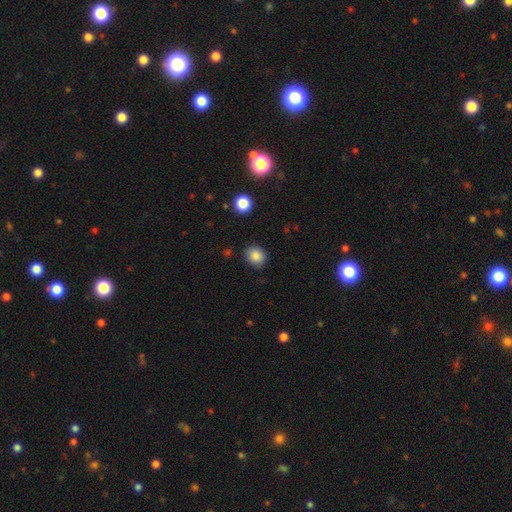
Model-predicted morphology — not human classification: Smooth or featured: smooth — 86% (star or artifact — 10%)
How rounded: round — 66% (in between — 33%)
Merging: none — 84% (minor disturbance — 11%)